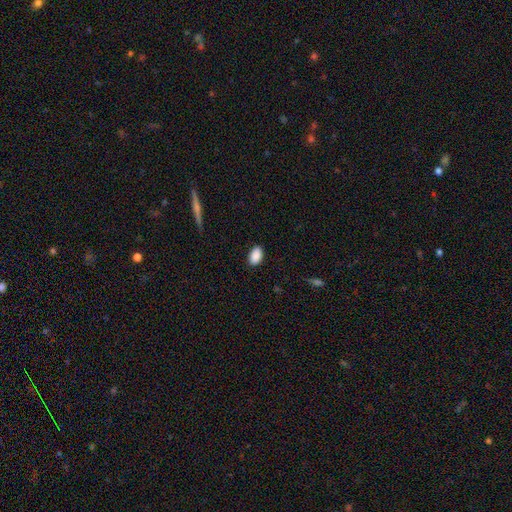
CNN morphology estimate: Overall: smooth (90%). How rounded: in between (92%). Merging: none (87%).